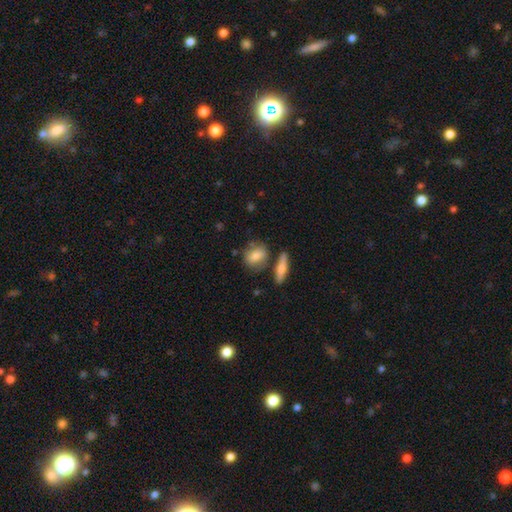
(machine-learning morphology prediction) smooth-or-featured: smooth: 76% | featured or disk: 17% | star or artifact: 7%
  how-rounded: in between: 62% | round: 31% | cigar-shaped: 7%
  merging: none: 65% | minor disturbance: 17% | merger: 13% | major disturbance: 5%